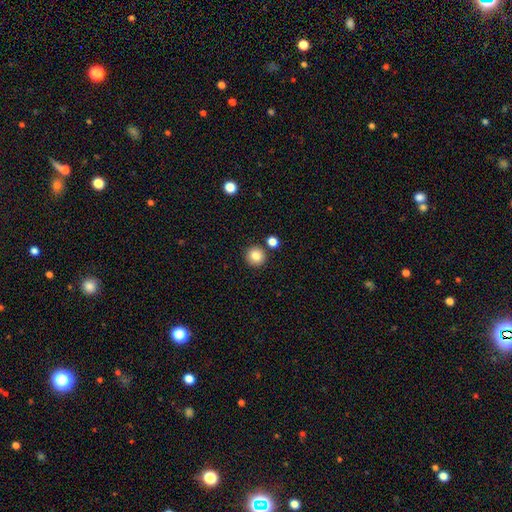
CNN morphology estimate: smooth_or_featured: smooth (p=0.84) [alt: star or artifact p=0.10]
how_rounded: round (p=0.94) [alt: in between p=0.05]
merging: none (p=0.86) [alt: merger p=0.06]